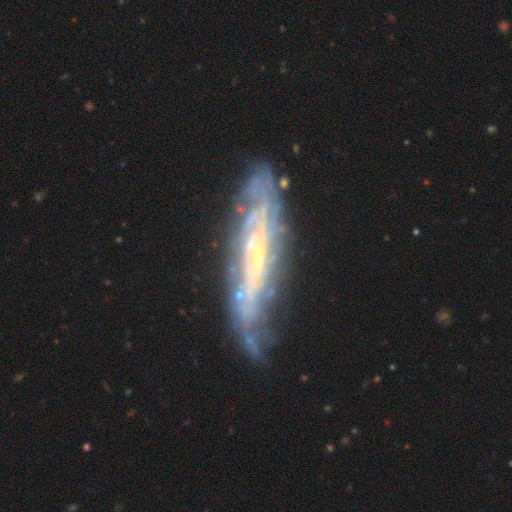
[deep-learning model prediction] Smooth or featured? Predicted: featured or disk (p=0.77). Edge-on disk? Predicted: no (p=0.56). Merging? Predicted: none (p=0.69).